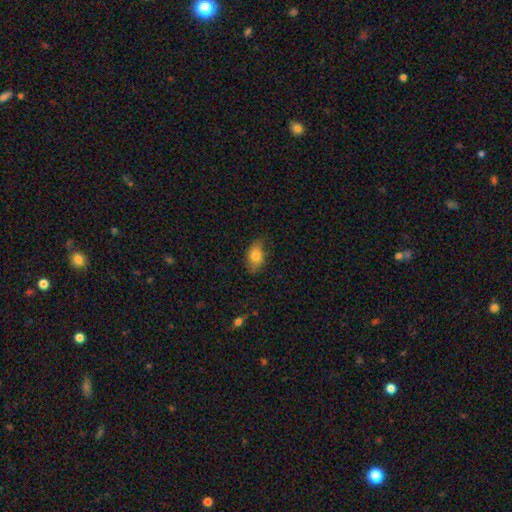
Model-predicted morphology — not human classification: A smooth galaxy with no disk features (78%) that is in between round and cigar-shaped (85%).

Vote fractions:
- Smooth or featured? smooth: 78% / featured or disk: 13% / star or artifact: 8%
- How rounded? in between: 85% / round: 13% / cigar-shaped: 3%
- Merging? none: 74% / minor disturbance: 21% / major disturbance: 4% / merger: 1%